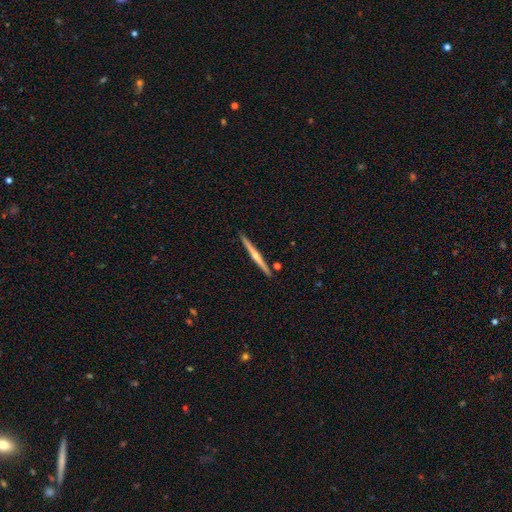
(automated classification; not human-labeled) This appears to be a featured or disk galaxy (76%) viewed edge-on (98%) with a rounded central bulge (80%). Merging: none (92%).